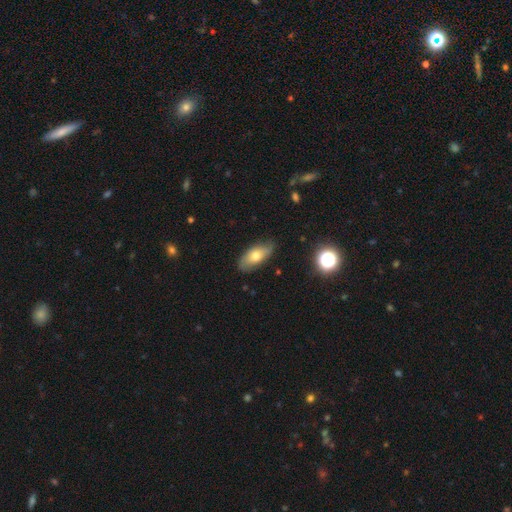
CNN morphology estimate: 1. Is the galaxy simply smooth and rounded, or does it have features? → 65% smooth, 27% featured or disk, 8% star or artifact.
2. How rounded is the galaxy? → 84% in between, 12% cigar-shaped, 4% round.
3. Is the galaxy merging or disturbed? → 78% none, 17% minor disturbance, 3% major disturbance, 1% merger.